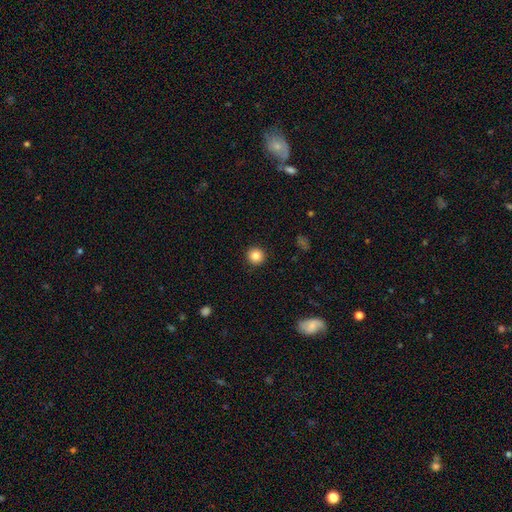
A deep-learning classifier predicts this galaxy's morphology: smooth-or-featured: smooth: 84% | star or artifact: 10% | featured or disk: 5%
  how-rounded: round: 95% | in between: 4% | cigar-shaped: 1%
  merging: none: 92% | minor disturbance: 5% | major disturbance: 2% | merger: 1%